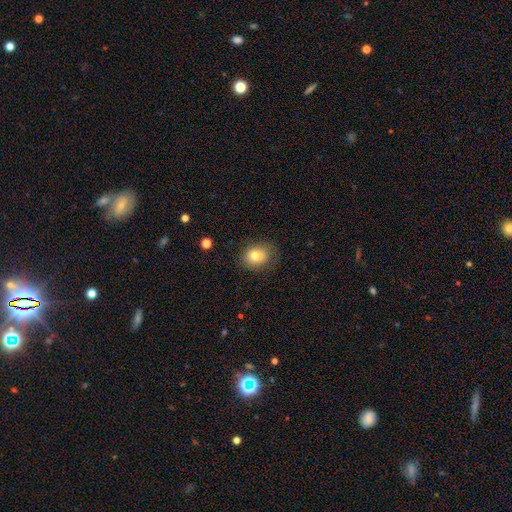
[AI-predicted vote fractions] Smooth or featured? smooth (79%)
How rounded? round (54%)
Merging? none (77%)